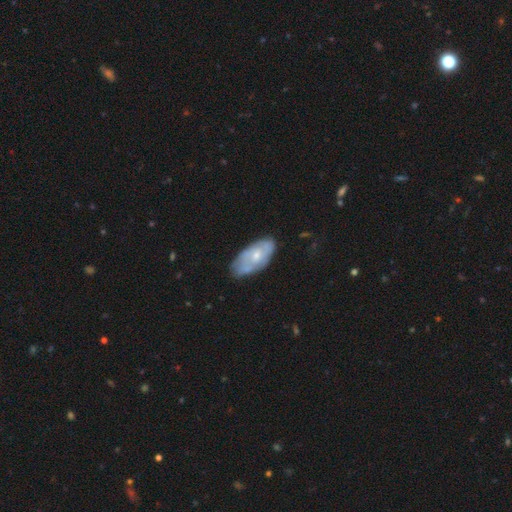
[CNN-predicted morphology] Smooth or featured? featured or disk (54%)
Edge-on disk? no (91%)
Merging? none (61%)